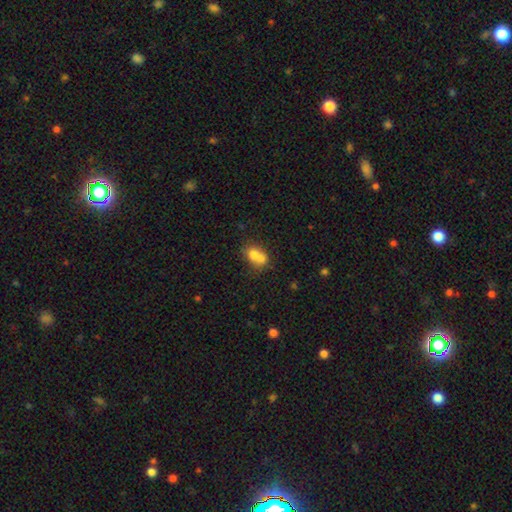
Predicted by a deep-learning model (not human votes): Q: Smooth or featured?
A: smooth (69%); runner-up: featured or disk (20%)
Q: How rounded?
A: round (49%); tied with: in between (49%)
Q: Merging?
A: merger (65%); runner-up: none (24%)